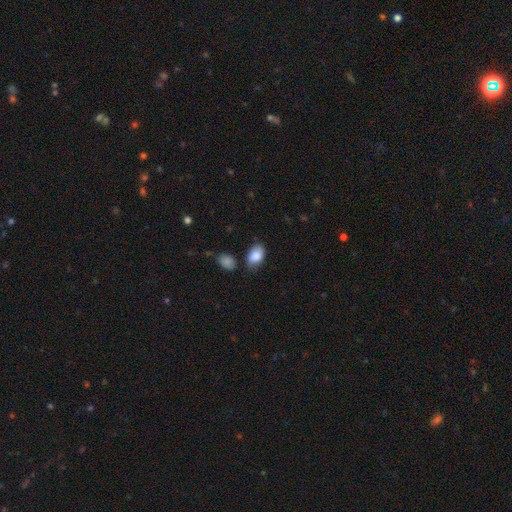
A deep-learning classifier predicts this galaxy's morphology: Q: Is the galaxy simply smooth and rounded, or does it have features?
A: smooth — 87%.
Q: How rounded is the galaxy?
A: in between — 90%.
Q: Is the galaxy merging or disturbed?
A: none — 64%.